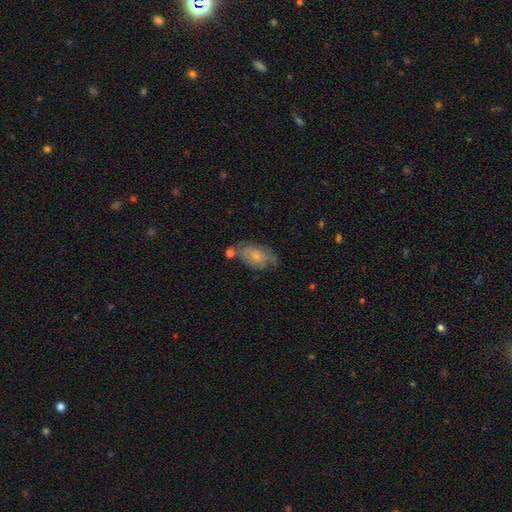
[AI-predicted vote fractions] Overall: smooth (54%; featured or disk 38%). How rounded: in between (90%). Merging: none (52%; minor disturbance 26%).